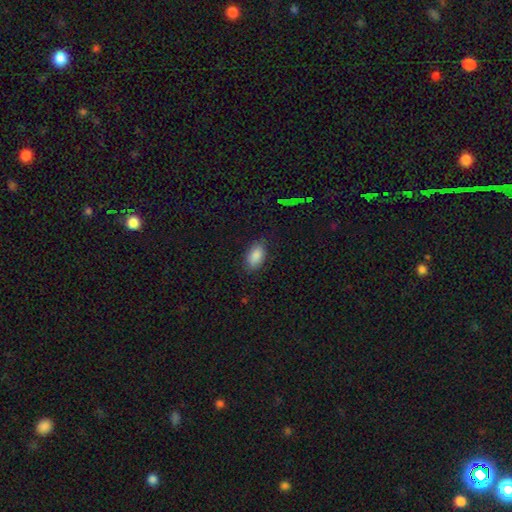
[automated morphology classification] Smooth or featured? smooth (88%)
How rounded? in between (93%)
Merging? none (83%)